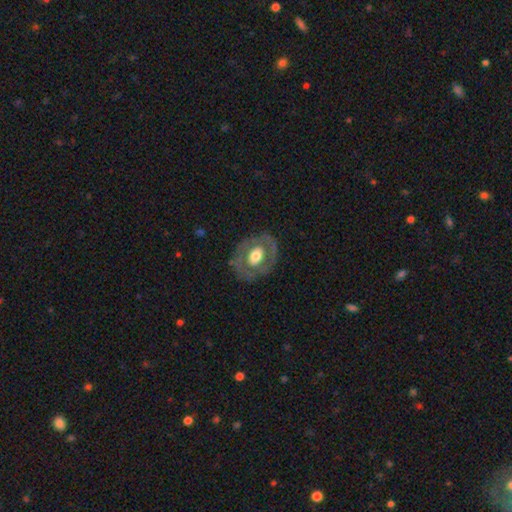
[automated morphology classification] featured or disk 55%, smooth 39%, star or artifact 6%. Down the decision tree: edge-on disk — no (94%); bar — no (73%); spiral arms — no (80%); bulge size — moderate (50%); merging — none (75%).